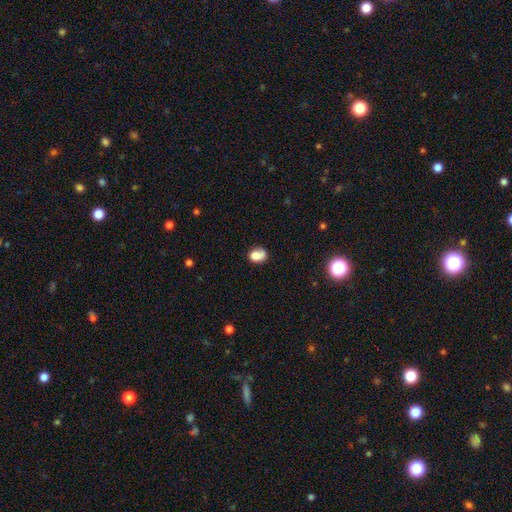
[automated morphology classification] smooth 71%, featured or disk 18%, star or artifact 10%. Down the decision tree: how rounded — in between (50%); merging — none (44%).